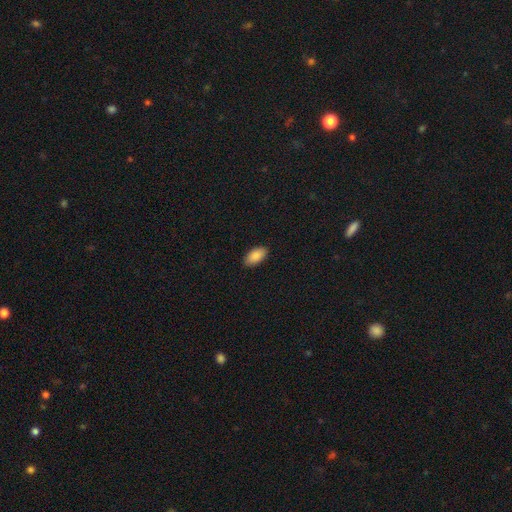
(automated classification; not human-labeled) Smooth or featured: smooth — 90% (star or artifact — 7%)
How rounded: in between — 95% (cigar-shaped — 3%)
Merging: none — 89% (minor disturbance — 8%)